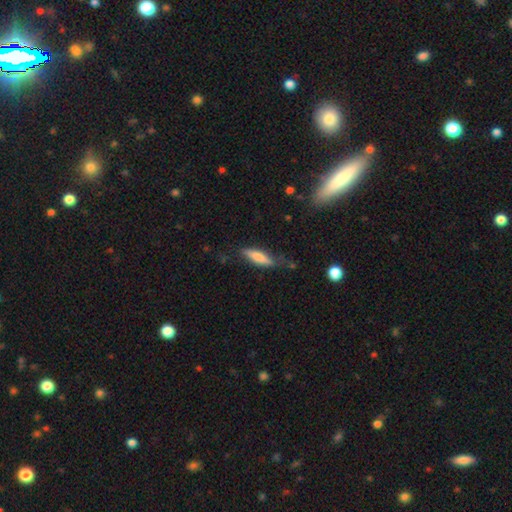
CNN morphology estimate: The model was most divided on "merging": none: 61%, minor disturbance: 28%, major disturbance: 8%, merger: 3%. More confident: how rounded — cigar-shaped (68%); smooth or featured — smooth (67%).